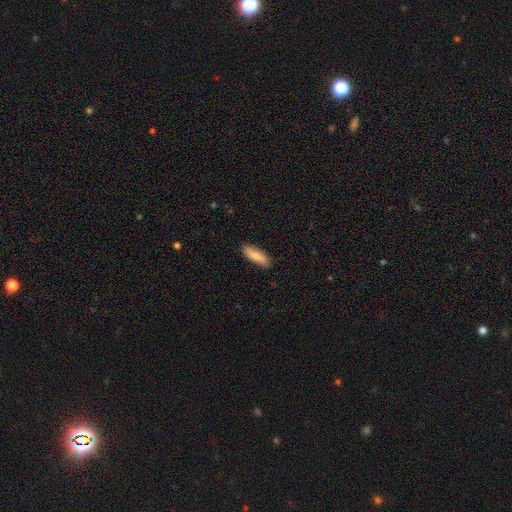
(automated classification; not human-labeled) The model was most divided on "how rounded": in between: 53%, cigar-shaped: 45%, round: 2%. More confident: merging — none (86%); smooth or featured — smooth (78%).